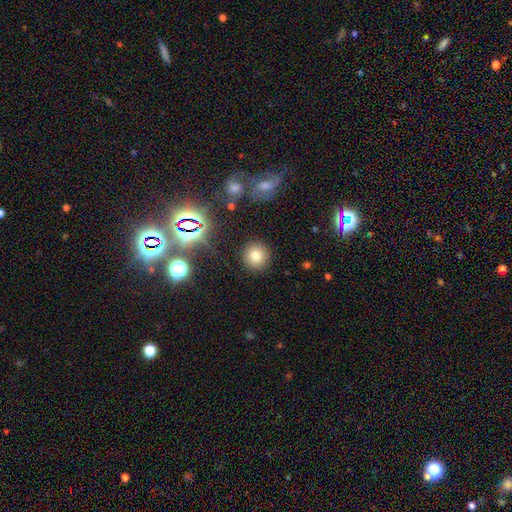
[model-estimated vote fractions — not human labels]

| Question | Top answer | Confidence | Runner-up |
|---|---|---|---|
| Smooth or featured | smooth | 74% | star or artifact (17%) |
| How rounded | round | 93% | in between (6%) |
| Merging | none | 90% | minor disturbance (6%) |